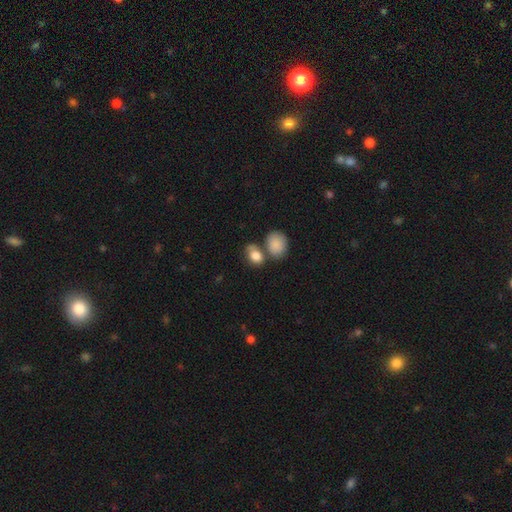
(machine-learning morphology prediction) Smooth or featured?
  - smooth: 85% *
  - star or artifact: 8%
  - featured or disk: 8%
How rounded?
  - in between: 69% *
  - round: 30%
  - cigar-shaped: 2%
Merging?
  - none: 46% *
  - merger: 34%
  - minor disturbance: 14%
  - major disturbance: 5%